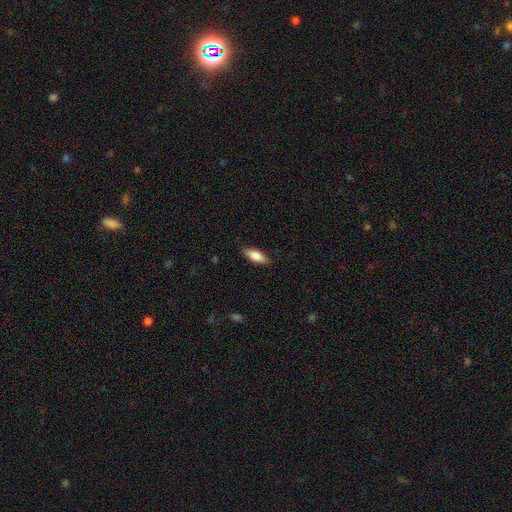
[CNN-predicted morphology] Smooth or featured? Predicted: smooth (p=0.79). How rounded? Predicted: in between (p=0.72). Merging? Predicted: none (p=0.85).